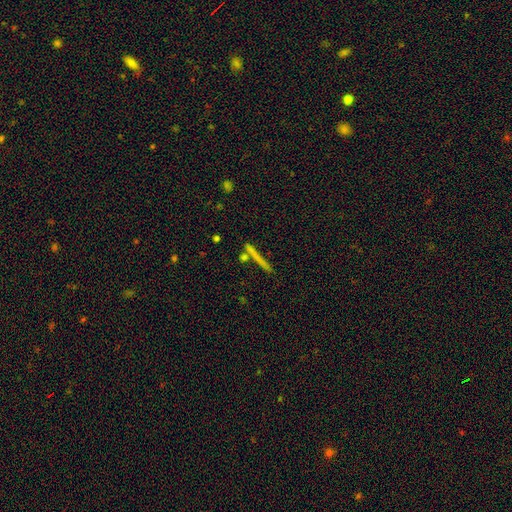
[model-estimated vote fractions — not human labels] smooth_or_featured: smooth (p=0.52) [alt: featured or disk p=0.37]
how_rounded: cigar-shaped (p=0.93) [alt: round p=0.04]
merging: none (p=0.79) [alt: merger p=0.09]